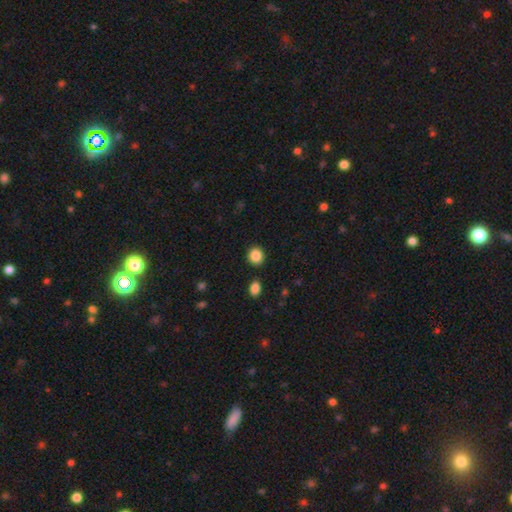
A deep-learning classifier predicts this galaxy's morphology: Smooth or featured? smooth (87%)
How rounded? round (79%)
Merging? none (88%)